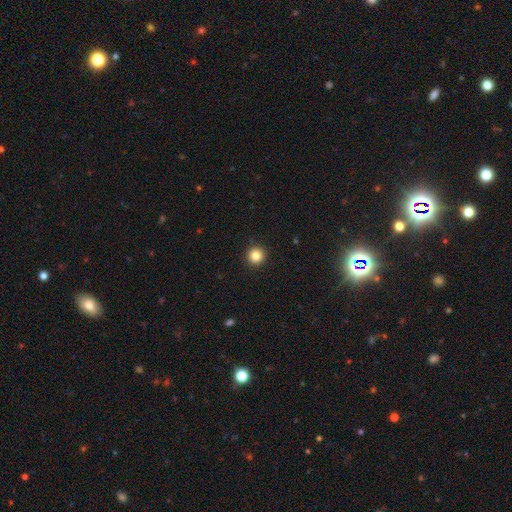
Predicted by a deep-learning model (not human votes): Smooth or featured?
  - smooth: 84% *
  - star or artifact: 11%
  - featured or disk: 5%
How rounded?
  - round: 95% *
  - in between: 4%
  - cigar-shaped: 1%
Merging?
  - none: 93% *
  - minor disturbance: 4%
  - major disturbance: 2%
  - merger: 1%